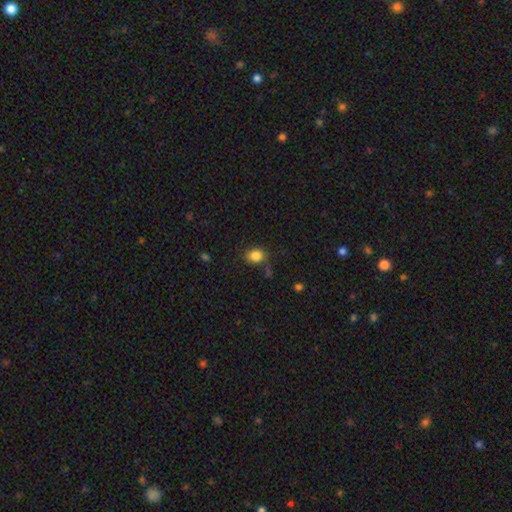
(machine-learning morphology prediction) A smooth galaxy with no disk features (85%) that is round (51%). Merging: none (74%).